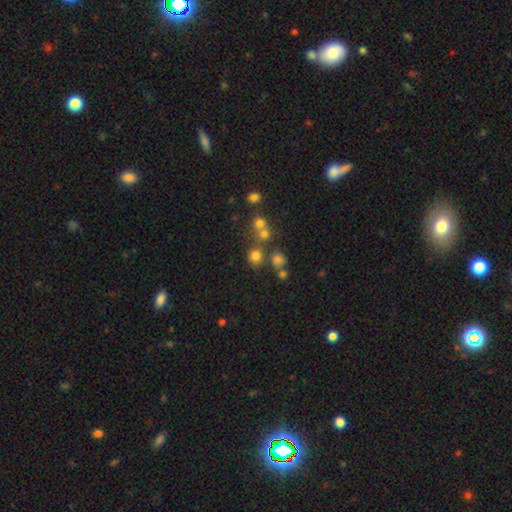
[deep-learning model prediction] Smooth or featured: smooth — 73% (star or artifact — 19%)
How rounded: round — 86% (in between — 13%)
Merging: none — 69% (merger — 18%)